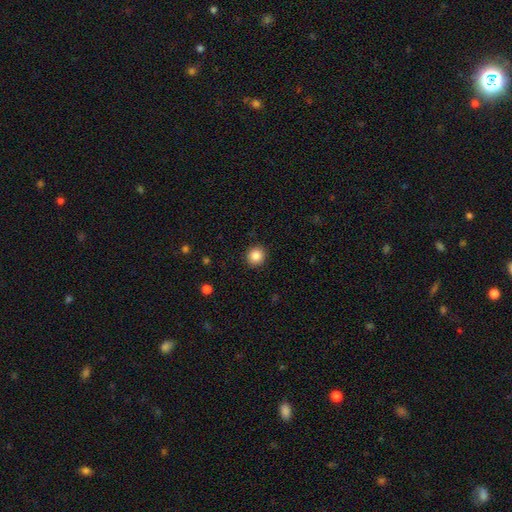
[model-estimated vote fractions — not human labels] A smooth galaxy with no disk features (87%) that is round (92%). Merging: none (92%).